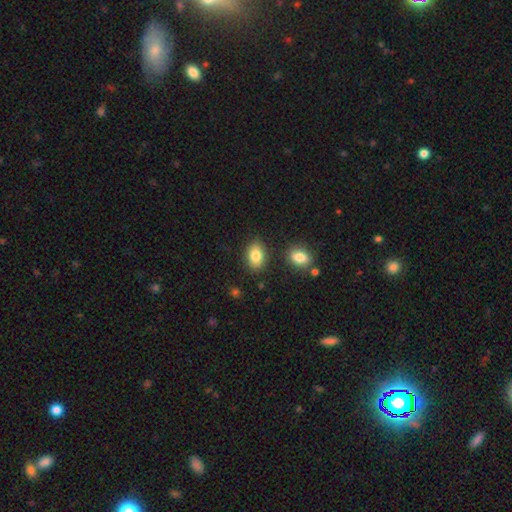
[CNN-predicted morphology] smooth-or-featured: smooth: 84% | featured or disk: 8% | star or artifact: 8%
  how-rounded: in between: 84% | round: 15% | cigar-shaped: 1%
  merging: none: 83% | minor disturbance: 10% | merger: 4% | major disturbance: 3%